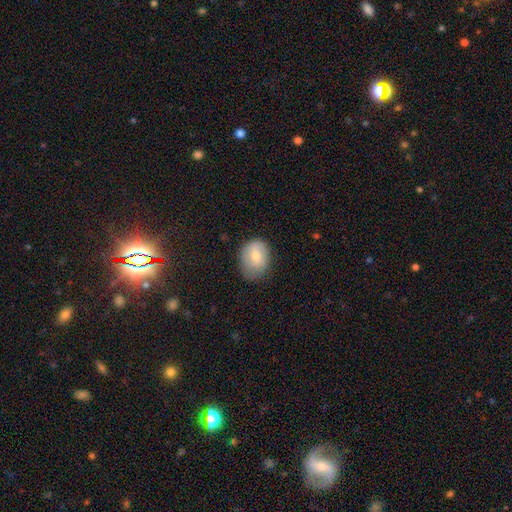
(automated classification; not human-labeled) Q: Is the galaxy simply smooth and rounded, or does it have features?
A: smooth — 75%.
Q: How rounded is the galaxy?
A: in between — 56%.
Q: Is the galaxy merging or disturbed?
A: none — 63%.